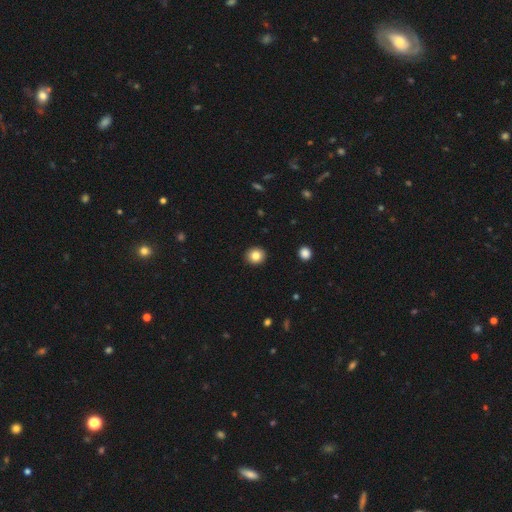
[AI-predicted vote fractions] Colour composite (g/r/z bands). It shows a smooth galaxy with no disk features (83%) that is round (85%). Merging: none (92%).